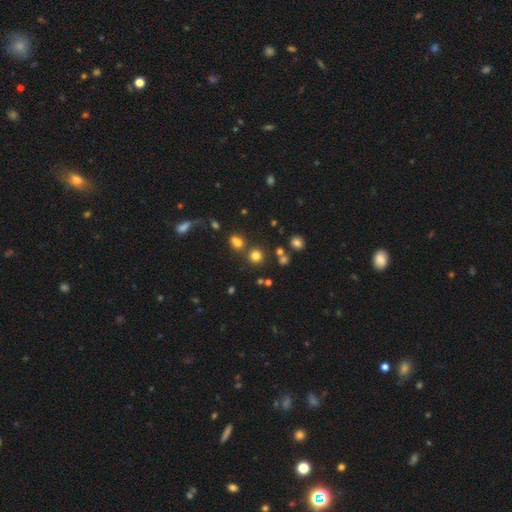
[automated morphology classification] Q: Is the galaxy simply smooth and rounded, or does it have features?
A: smooth — 72%.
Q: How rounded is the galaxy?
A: round — 89%.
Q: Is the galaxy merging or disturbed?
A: none — 72%.